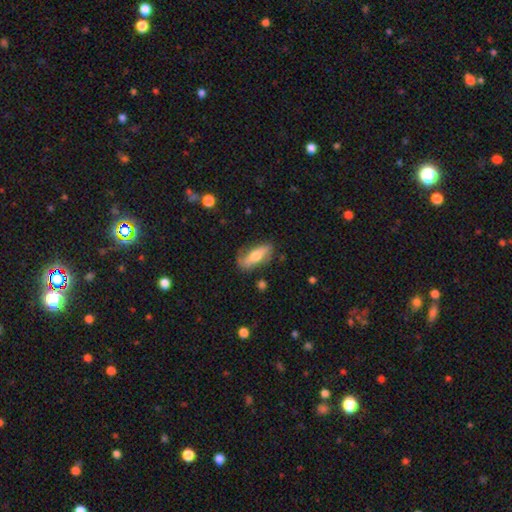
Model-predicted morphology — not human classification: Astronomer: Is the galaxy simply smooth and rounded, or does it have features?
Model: smooth — 51% (runner-up: featured or disk, 43%).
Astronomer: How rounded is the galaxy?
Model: in between — 65%.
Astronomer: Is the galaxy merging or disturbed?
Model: none — 72%.